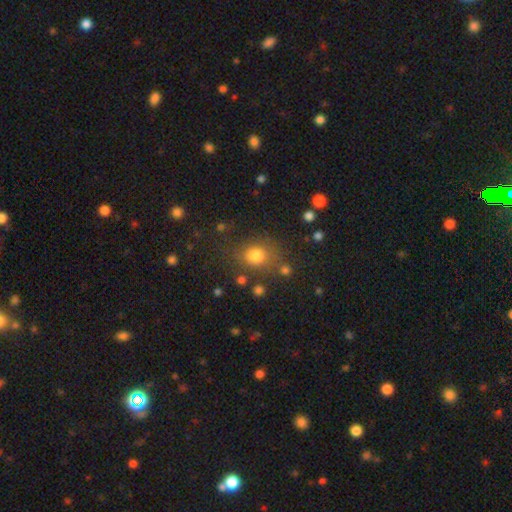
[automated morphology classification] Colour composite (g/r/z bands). It shows a smooth galaxy with no disk features (79%) that is round (65%). Merging: none (72%).